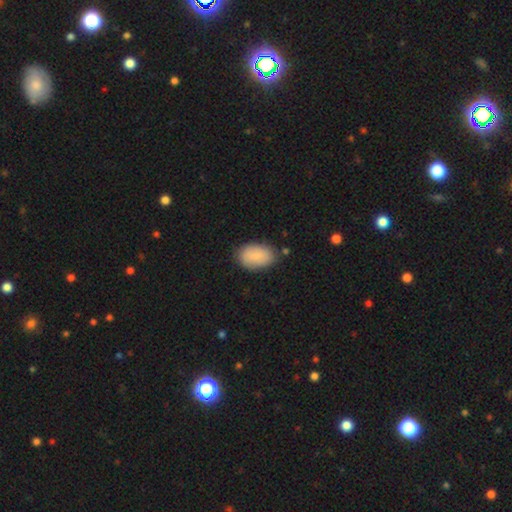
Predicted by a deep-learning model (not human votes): smooth-or-featured: smooth: 83% | featured or disk: 11% | star or artifact: 6%
  how-rounded: in between: 91% | round: 7% | cigar-shaped: 1%
  merging: none: 78% | minor disturbance: 16% | major disturbance: 3% | merger: 2%